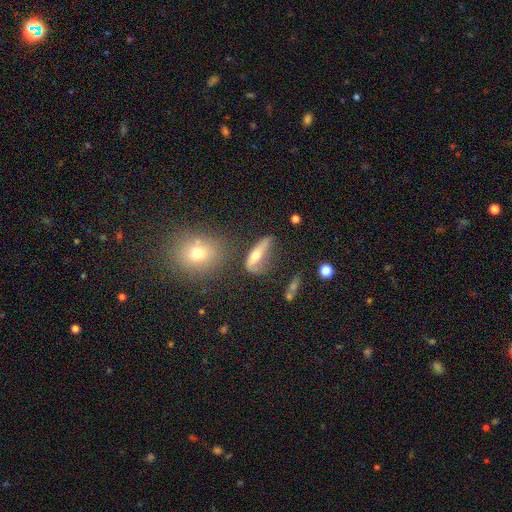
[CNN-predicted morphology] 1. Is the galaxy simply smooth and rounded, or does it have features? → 45% featured or disk, 44% smooth, 11% star or artifact.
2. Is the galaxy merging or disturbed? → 37% none, 27% major disturbance, 23% minor disturbance, 13% merger.